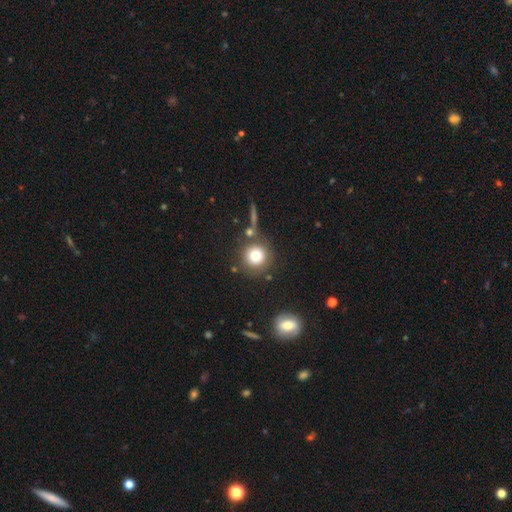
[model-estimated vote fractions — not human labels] Morphology: type=smooth (78%); roundness=round (93%); merging=none (78%).